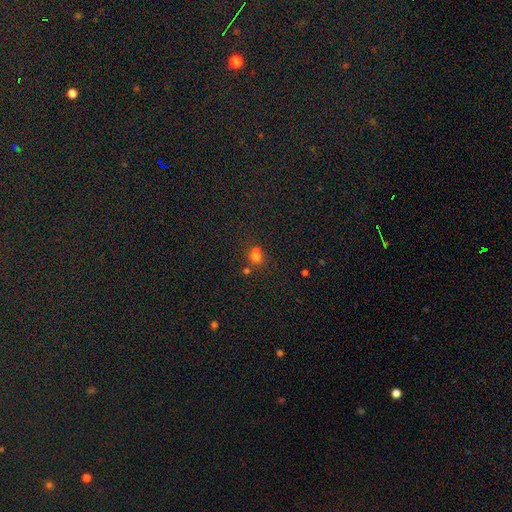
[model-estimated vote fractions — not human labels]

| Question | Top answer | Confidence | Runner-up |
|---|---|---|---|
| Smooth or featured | smooth | 68% | star or artifact (20%) |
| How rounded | round | 81% | in between (18%) |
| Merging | merger | 46% | none (43%) |